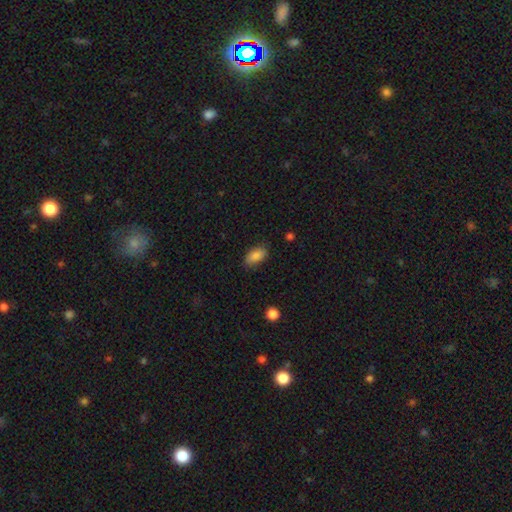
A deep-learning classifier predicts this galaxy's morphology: Smooth or featured: smooth — 86% (star or artifact — 8%)
How rounded: in between — 91% (round — 4%)
Merging: none — 82% (minor disturbance — 14%)